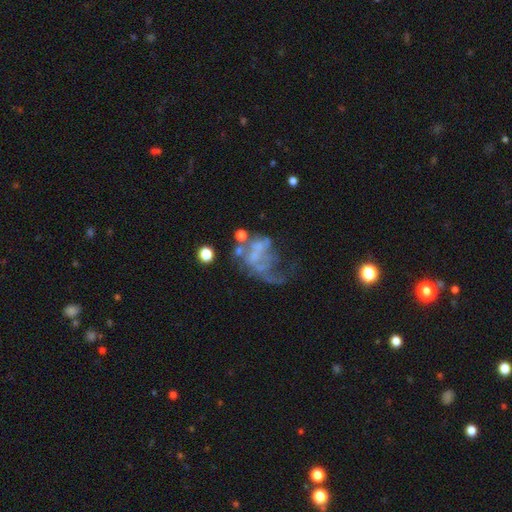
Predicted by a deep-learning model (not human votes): The model was most divided on "merging": major disturbance: 49%, none: 22%, minor disturbance: 14%, merger: 14%. More confident: edge-on disk — no (97%); bar — no (80%); bulge size — none (72%); spiral arms — no (67%); smooth or featured — featured or disk (64%).